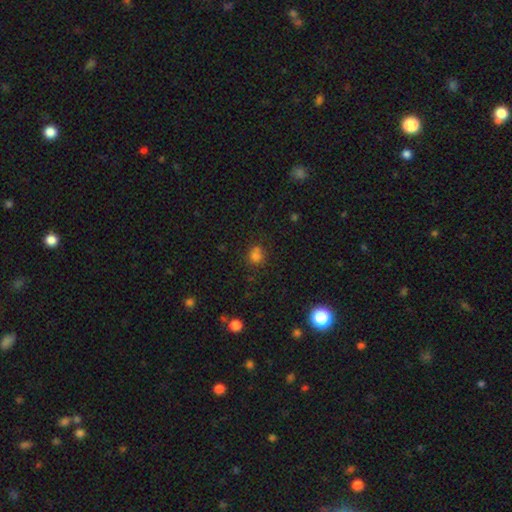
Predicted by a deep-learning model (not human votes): Smooth or featured: smooth — 74% (star or artifact — 18%)
How rounded: round — 79% (in between — 20%)
Merging: none — 66% (minor disturbance — 16%)